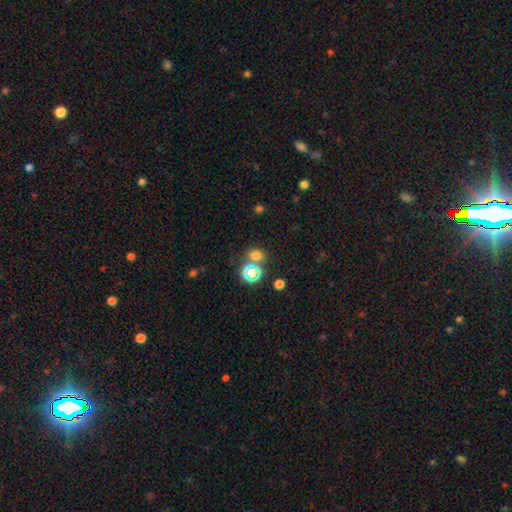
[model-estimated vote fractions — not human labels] The model was most divided on "smooth or featured": smooth: 60%, star or artifact: 33%, featured or disk: 7%. More confident: how rounded — round (69%); merging — none (68%).